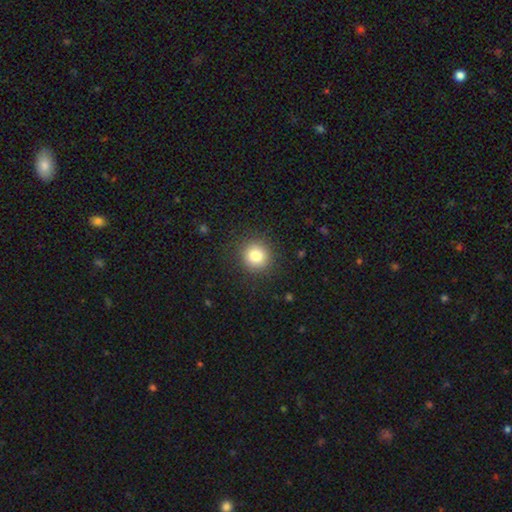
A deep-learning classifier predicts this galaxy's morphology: Smooth or featured? Predicted: smooth (p=0.83). How rounded? Predicted: round (p=0.91). Merging? Predicted: none (p=0.89).